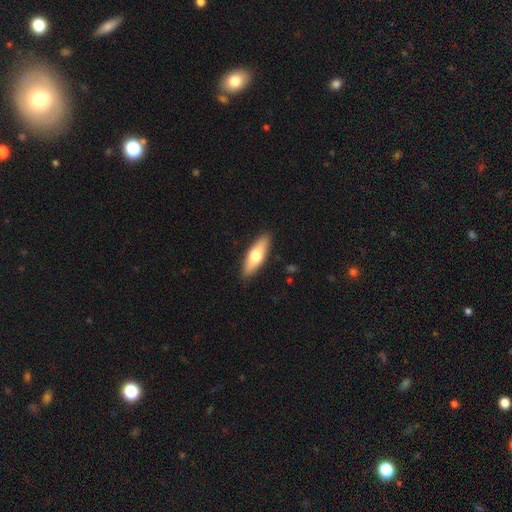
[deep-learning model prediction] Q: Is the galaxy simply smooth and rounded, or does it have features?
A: smooth — 61%.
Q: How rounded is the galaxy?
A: in between — 53%.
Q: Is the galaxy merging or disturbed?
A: none — 90%.